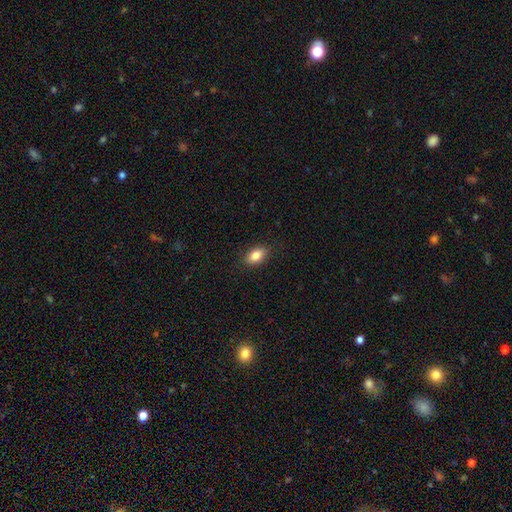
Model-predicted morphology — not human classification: smooth_or_featured: smooth (p=0.83) [alt: featured or disk p=0.09]
how_rounded: in between (p=0.87) [alt: round p=0.10]
merging: none (p=0.88) [alt: minor disturbance p=0.09]